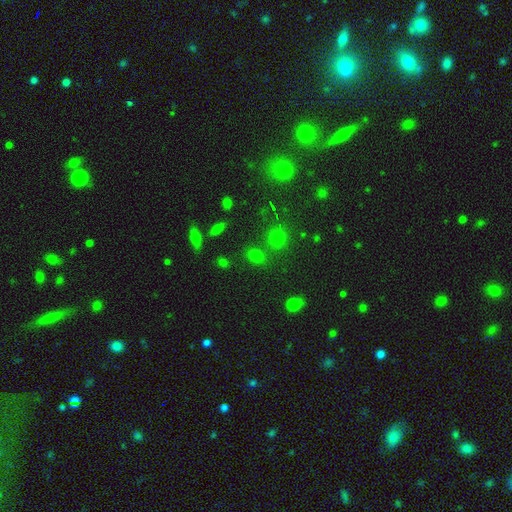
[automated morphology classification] smooth_or_featured: smooth (p=0.69) [alt: star or artifact p=0.23]
how_rounded: round (p=0.59) [alt: in between p=0.39]
merging: none (p=0.74) [alt: merger p=0.11]